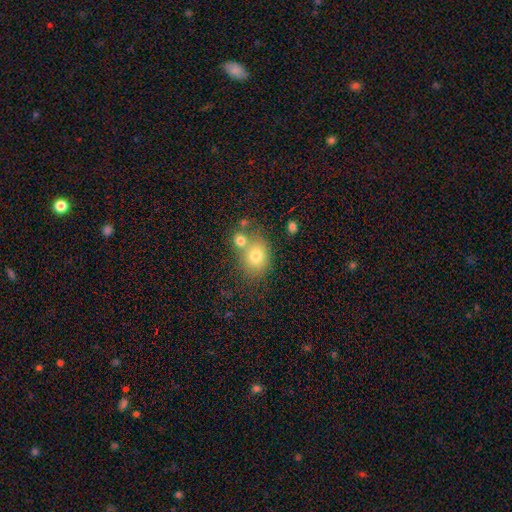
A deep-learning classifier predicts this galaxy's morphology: Smooth or featured? Predicted: smooth (p=0.74). How rounded? Predicted: round (p=0.54). Merging? Predicted: none (p=0.50).